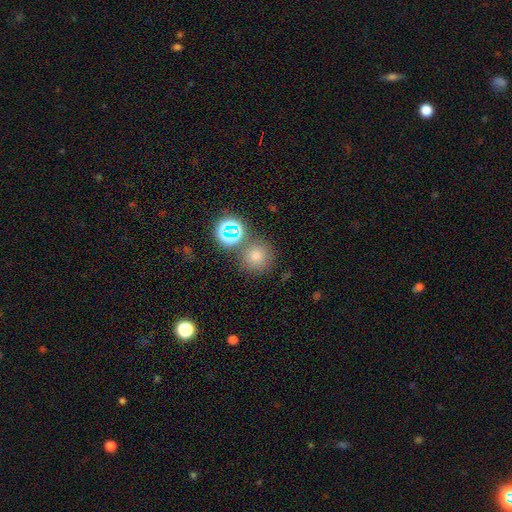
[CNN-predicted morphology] Overall: smooth (66%; star or artifact 27%). How rounded: round (91%). Merging: none (75%).